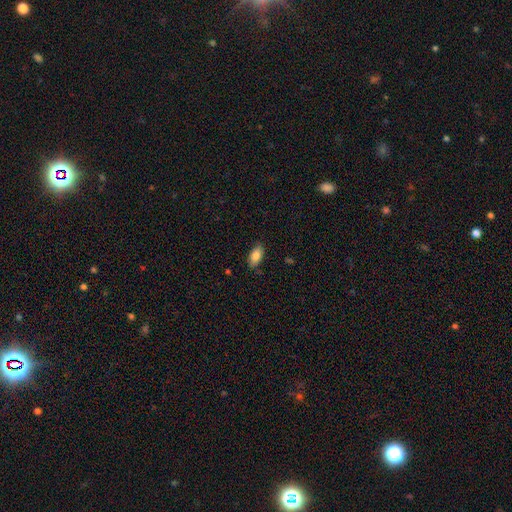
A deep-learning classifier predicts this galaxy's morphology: smooth-or-featured: smooth: 85% | featured or disk: 8% | star or artifact: 7%
  how-rounded: in between: 91% | cigar-shaped: 5% | round: 4%
  merging: none: 84% | minor disturbance: 12% | major disturbance: 2% | merger: 1%